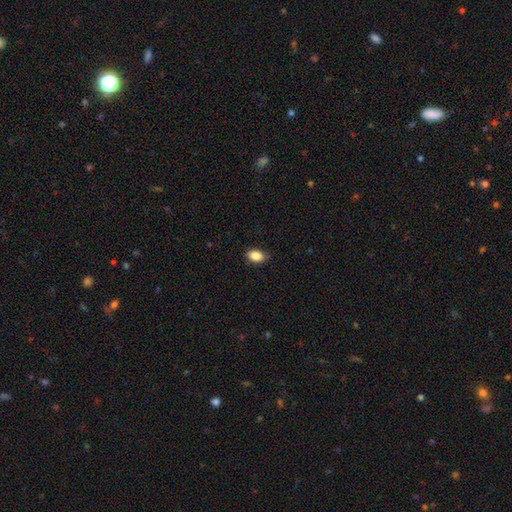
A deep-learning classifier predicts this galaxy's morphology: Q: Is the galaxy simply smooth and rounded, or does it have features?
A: smooth — 87%.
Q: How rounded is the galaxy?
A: in between — 86%.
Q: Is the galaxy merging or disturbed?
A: none — 82%.